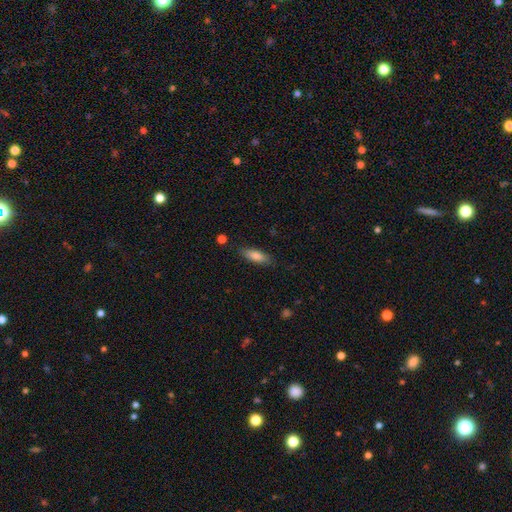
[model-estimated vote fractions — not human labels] A smooth galaxy with no disk features (79%) that is in between round and cigar-shaped (57%). Merging: none (83%).